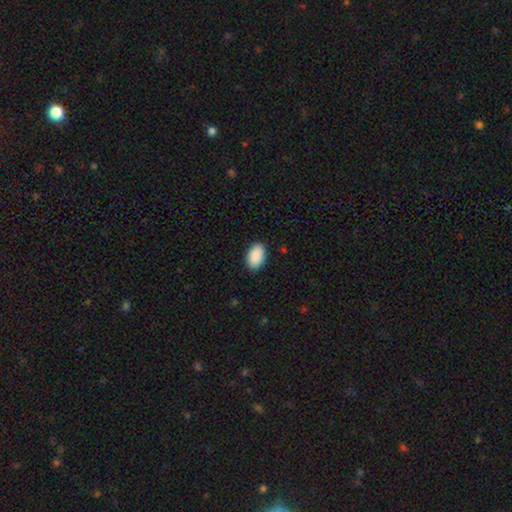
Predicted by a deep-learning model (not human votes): smooth_or_featured: smooth (p=0.92) [alt: star or artifact p=0.06]
how_rounded: in between (p=0.93) [alt: round p=0.06]
merging: none (p=0.89) [alt: minor disturbance p=0.08]